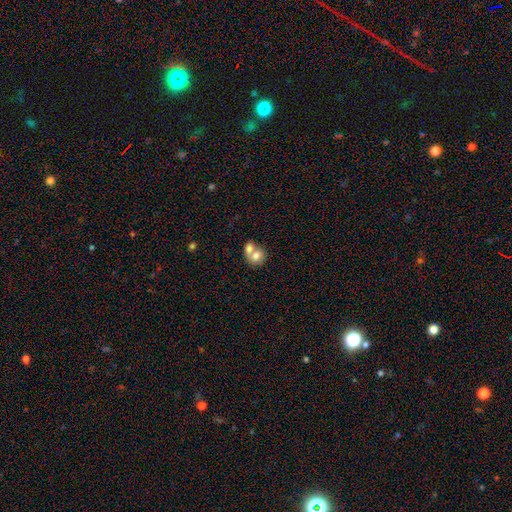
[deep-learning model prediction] This is likely a smooth galaxy (73%). How rounded: likely round (62%). Merging: likely merger (68%).